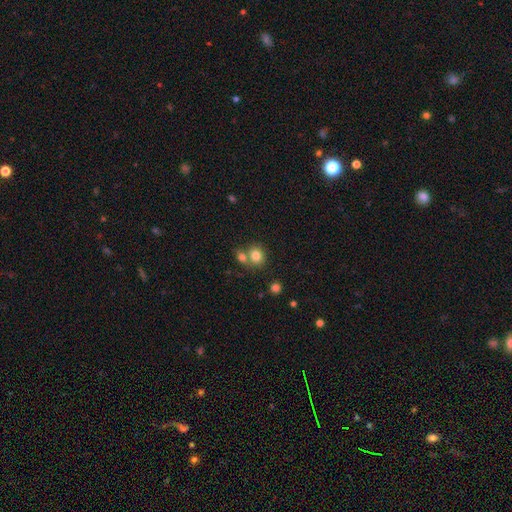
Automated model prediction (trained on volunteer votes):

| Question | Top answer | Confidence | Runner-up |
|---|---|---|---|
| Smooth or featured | smooth | 80% | star or artifact (11%) |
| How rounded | round | 76% | in between (24%) |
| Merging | none | 51% | merger (37%) |